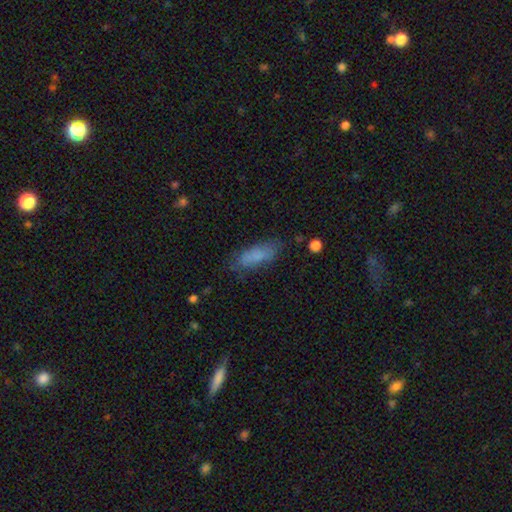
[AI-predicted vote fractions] Smooth or featured? Predicted: smooth (p=0.79). How rounded? Predicted: in between (p=0.64). Merging? Predicted: none (p=0.70).